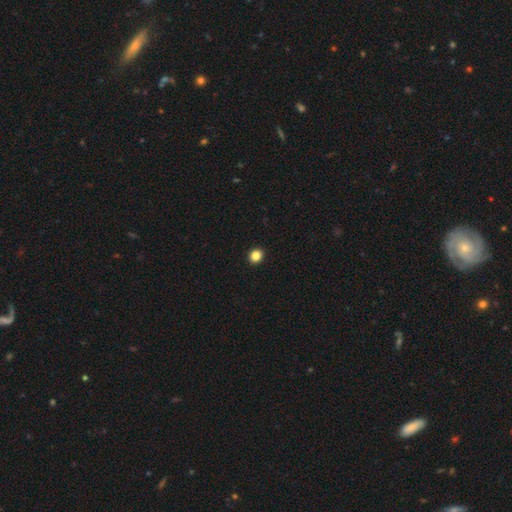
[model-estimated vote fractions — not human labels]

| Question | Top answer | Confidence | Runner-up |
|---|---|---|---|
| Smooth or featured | smooth | 85% | star or artifact (12%) |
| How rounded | round | 86% | in between (14%) |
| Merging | none | 94% | minor disturbance (4%) |